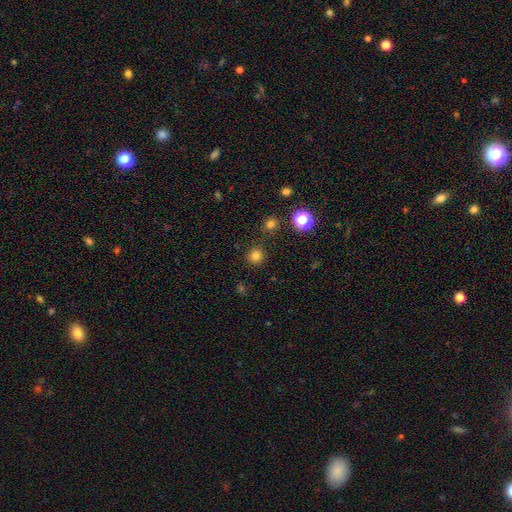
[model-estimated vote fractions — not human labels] Q: Smooth or featured?
A: smooth (78%); runner-up: star or artifact (18%)
Q: How rounded?
A: round (94%); runner-up: in between (6%)
Q: Merging?
A: none (87%); runner-up: minor disturbance (7%)